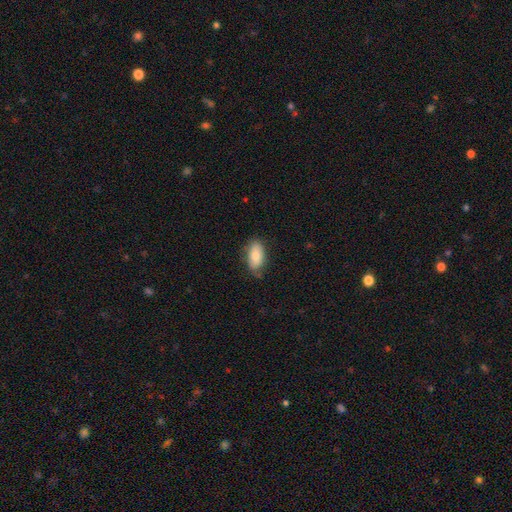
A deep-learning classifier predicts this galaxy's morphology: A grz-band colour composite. It shows a smooth galaxy with no disk features (80%) that is in between round and cigar-shaped (92%). Merging: none (76%).